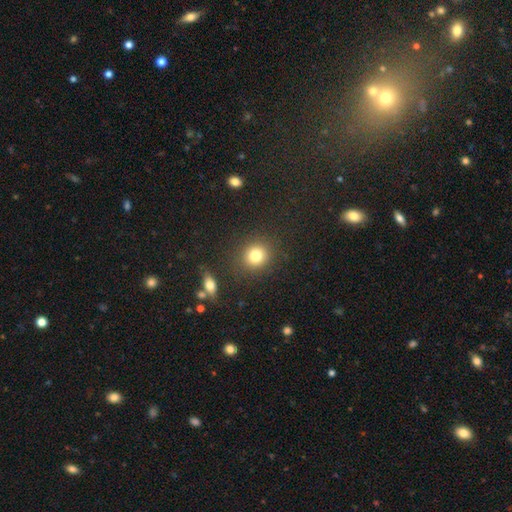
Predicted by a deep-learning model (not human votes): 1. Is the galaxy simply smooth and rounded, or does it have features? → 81% smooth, 12% star or artifact, 7% featured or disk.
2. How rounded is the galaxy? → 87% round, 12% in between, 1% cigar-shaped.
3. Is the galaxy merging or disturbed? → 86% none, 8% minor disturbance, 3% major disturbance, 3% merger.